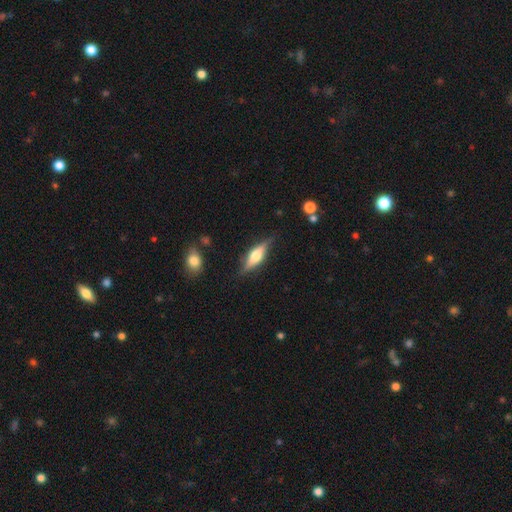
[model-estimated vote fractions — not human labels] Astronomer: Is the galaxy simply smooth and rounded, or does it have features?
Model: featured or disk — 62%.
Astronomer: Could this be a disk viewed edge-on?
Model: yes — 94%.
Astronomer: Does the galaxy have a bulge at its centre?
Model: rounded — 88%.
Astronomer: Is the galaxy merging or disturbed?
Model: none — 81%.